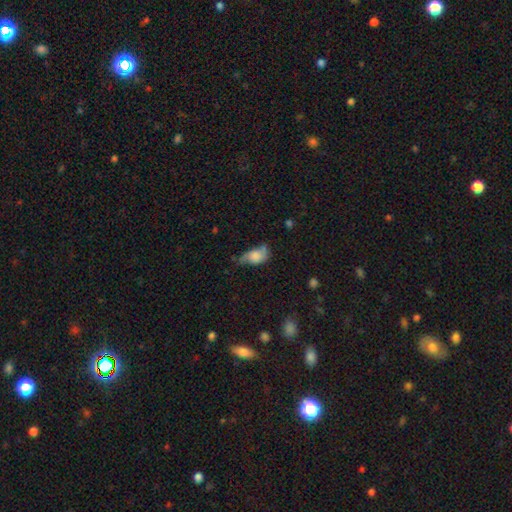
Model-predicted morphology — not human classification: Smooth or featured?
  - smooth: 68% *
  - featured or disk: 23%
  - star or artifact: 9%
How rounded?
  - in between: 88% *
  - round: 8%
  - cigar-shaped: 4%
Merging?
  - minor disturbance: 41% *
  - none: 35%
  - major disturbance: 20%
  - merger: 4%